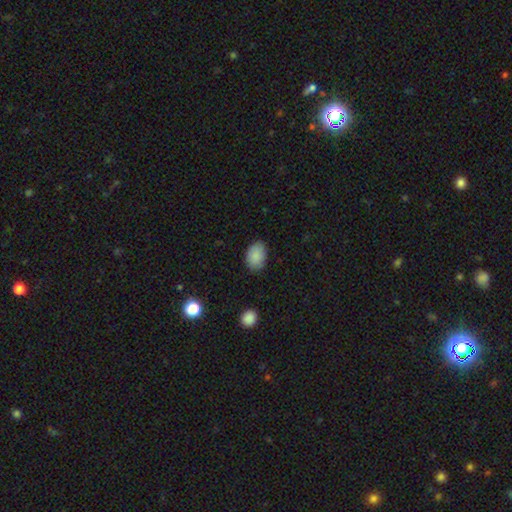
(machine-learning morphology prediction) smooth_or_featured: smooth (p=0.88) [alt: star or artifact p=0.08]
how_rounded: in between (p=0.80) [alt: round p=0.19]
merging: none (p=0.82) [alt: minor disturbance p=0.14]